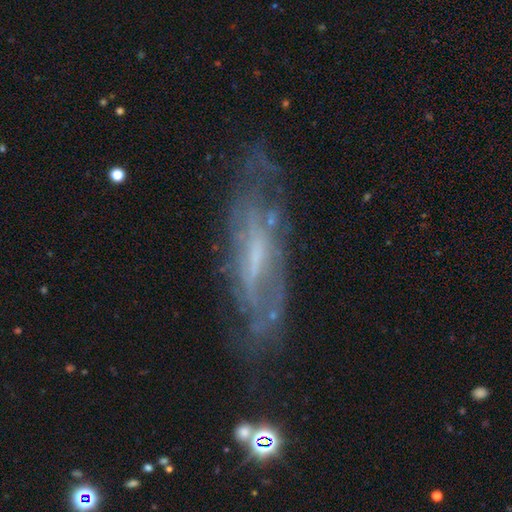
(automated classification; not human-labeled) Smooth or featured? Predicted: featured or disk (p=0.73). Edge-on disk? Predicted: no (p=0.72). Bar? Predicted: weak (p=0.43). Spiral arms? Predicted: yes (p=0.63). Bulge size? Predicted: small (p=0.41). Merging? Predicted: none (p=0.62).